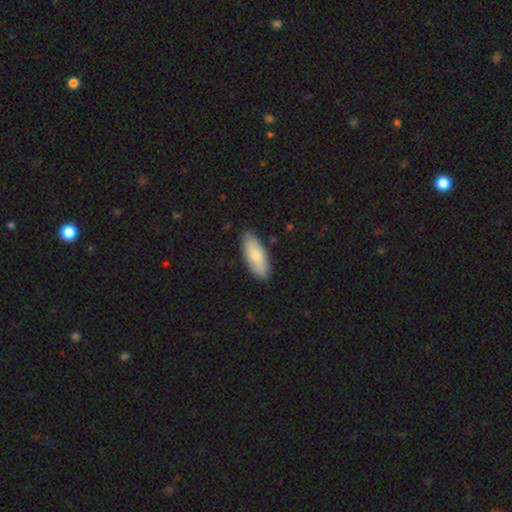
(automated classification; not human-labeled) This is clearly a smooth galaxy (81%). How rounded: likely in between (80%). Merging: clearly none (86%).